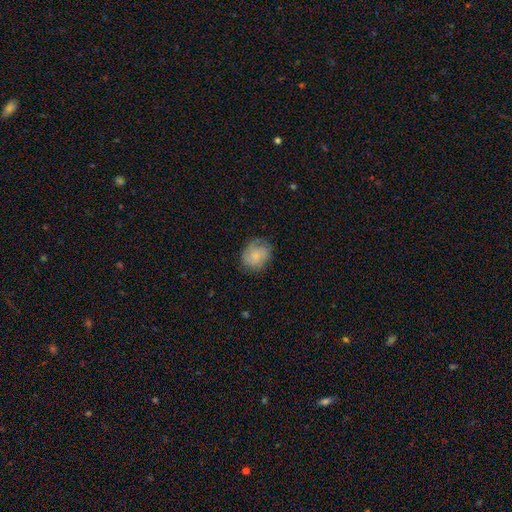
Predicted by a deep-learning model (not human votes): smooth-or-featured: smooth: 66% | featured or disk: 26% | star or artifact: 8%
  how-rounded: round: 64% | in between: 35% | cigar-shaped: 1%
  merging: none: 71% | minor disturbance: 21% | major disturbance: 7% | merger: 1%